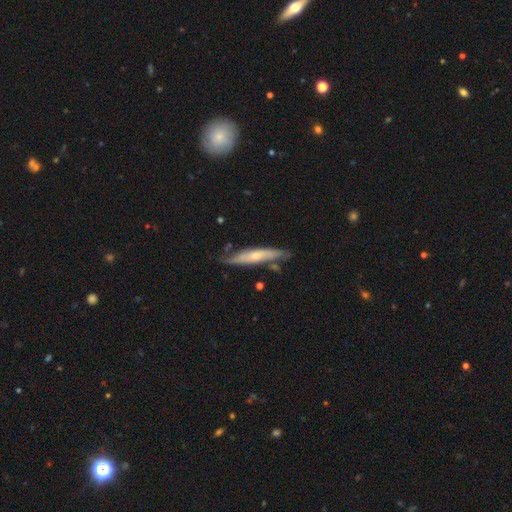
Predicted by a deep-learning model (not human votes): Smooth or featured?
  - featured or disk: 54% *
  - smooth: 40%
  - star or artifact: 6%
Edge-on disk?
  - yes: 76% *
  - no: 24%
Merging?
  - none: 71% *
  - minor disturbance: 20%
  - merger: 5%
  - major disturbance: 4%